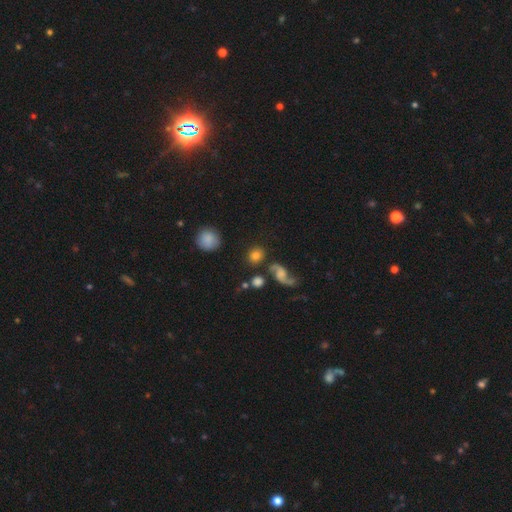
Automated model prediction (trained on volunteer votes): smooth 75%, featured or disk 15%, star or artifact 10%. Down the decision tree: how rounded — round (83%); merging — none (74%).